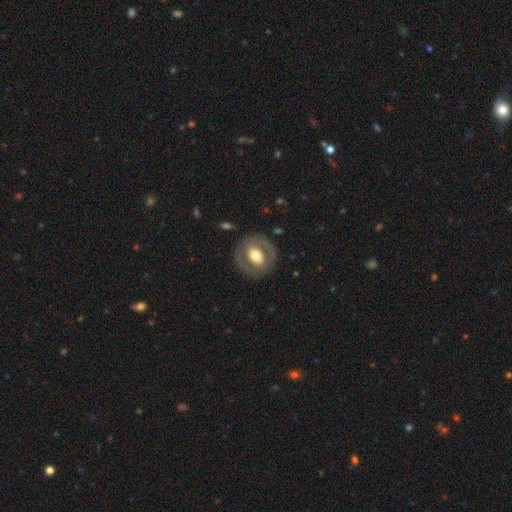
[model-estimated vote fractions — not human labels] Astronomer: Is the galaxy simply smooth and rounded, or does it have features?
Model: featured or disk — 55% (runner-up: smooth, 39%).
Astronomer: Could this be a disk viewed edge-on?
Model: no — 94%.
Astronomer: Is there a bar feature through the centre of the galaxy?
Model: no — 52% (runner-up: weak, 28%).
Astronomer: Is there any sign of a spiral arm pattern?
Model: no — 77%.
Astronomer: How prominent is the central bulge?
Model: moderate — 62%.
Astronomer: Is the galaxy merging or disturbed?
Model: none — 81%.